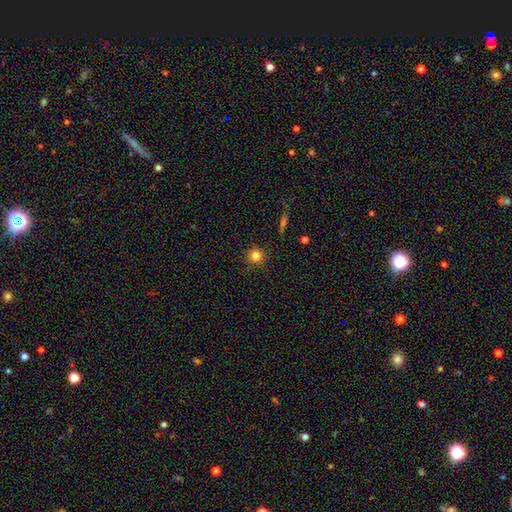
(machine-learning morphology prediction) This appears to be a smooth galaxy with no disk features (81%) that is round (95%). Merging: none (90%).